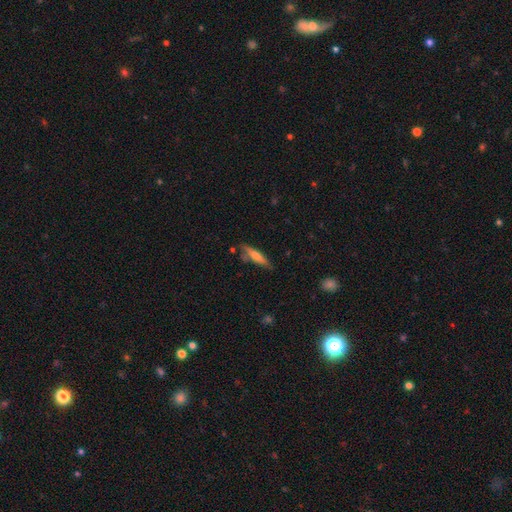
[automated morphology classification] Smooth or featured?
  - smooth: 51% *
  - featured or disk: 42%
  - star or artifact: 7%
How rounded?
  - cigar-shaped: 83% *
  - in between: 16%
  - round: 2%
Merging?
  - none: 72% *
  - minor disturbance: 17%
  - merger: 6%
  - major disturbance: 4%